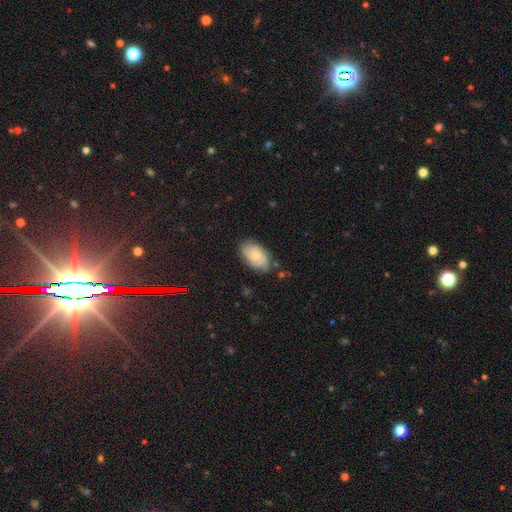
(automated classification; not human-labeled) Smooth or featured? Predicted: smooth (p=0.47). Merging? Predicted: none (p=0.73).